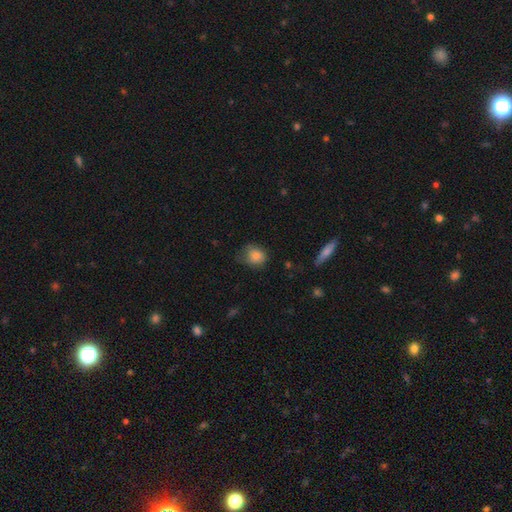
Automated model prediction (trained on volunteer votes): Morphology: type=smooth (82%); roundness=round (65%); merging=none (56%).